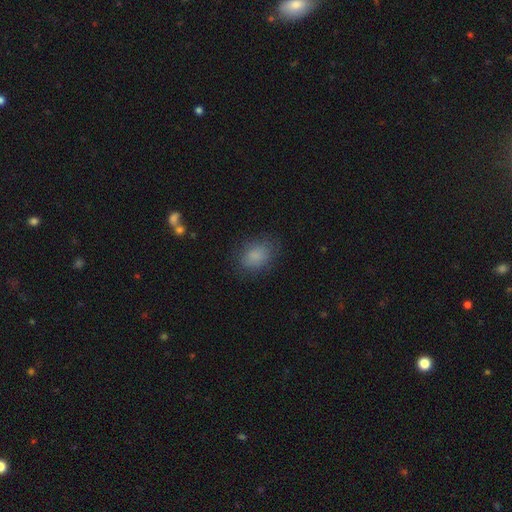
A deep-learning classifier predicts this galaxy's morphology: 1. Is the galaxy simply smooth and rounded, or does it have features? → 83% smooth, 10% star or artifact, 7% featured or disk.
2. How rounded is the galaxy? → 66% in between, 33% round, 1% cigar-shaped.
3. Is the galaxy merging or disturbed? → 79% none, 14% minor disturbance, 6% major disturbance, 1% merger.